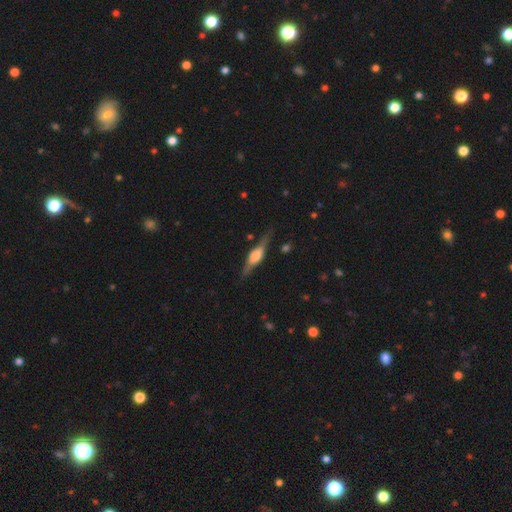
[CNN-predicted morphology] This is likely a featured or disk galaxy (74%). It is clearly viewed edge-on (96%). Edge-on bulge: likely rounded (77%). Merging: clearly none (82%).